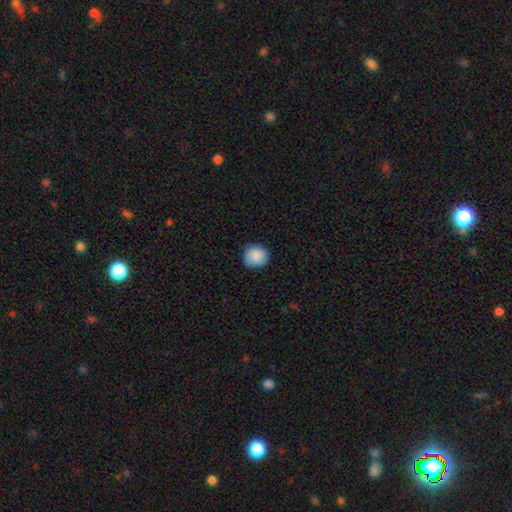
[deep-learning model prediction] smooth 89%, star or artifact 7%, featured or disk 4%. Down the decision tree: how rounded — round (88%); merging — none (80%).